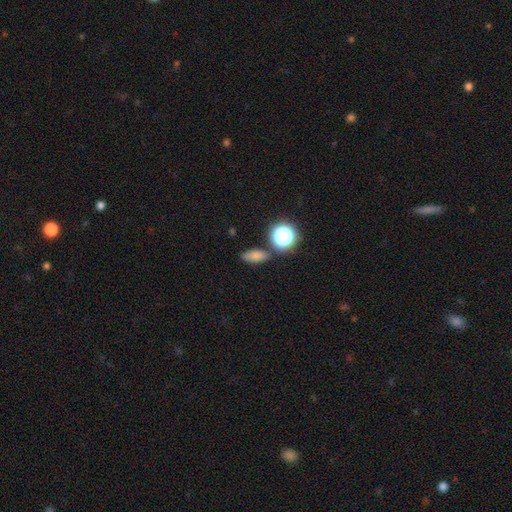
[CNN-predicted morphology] This appears to be a smooth galaxy with no disk features (76%) that is in between round and cigar-shaped (76%). Merging: none (78%).